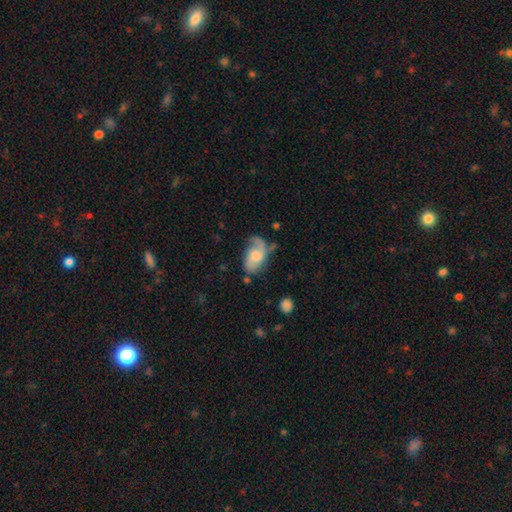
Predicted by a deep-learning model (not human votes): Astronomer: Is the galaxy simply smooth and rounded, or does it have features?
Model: featured or disk — 62%.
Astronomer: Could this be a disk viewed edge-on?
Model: no — 96%.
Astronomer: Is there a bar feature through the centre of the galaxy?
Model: no — 67%.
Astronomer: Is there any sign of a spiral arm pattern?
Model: yes — 87%.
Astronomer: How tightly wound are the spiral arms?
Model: loose — 45% (runner-up: medium, 38%).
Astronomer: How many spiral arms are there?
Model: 2 — 58%.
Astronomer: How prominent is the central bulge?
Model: moderate — 48% (runner-up: small, 24%).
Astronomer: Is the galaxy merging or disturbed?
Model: none — 45% (runner-up: minor disturbance, 29%).